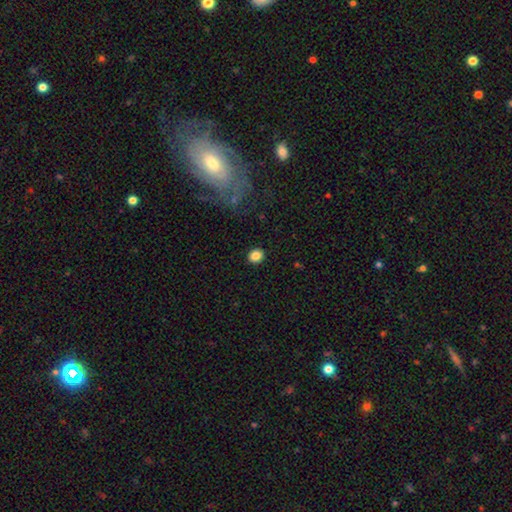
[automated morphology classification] The model was most divided on "how rounded": round: 70%, in between: 29%, cigar-shaped: 1%. More confident: merging — none (90%); smooth or featured — smooth (85%).